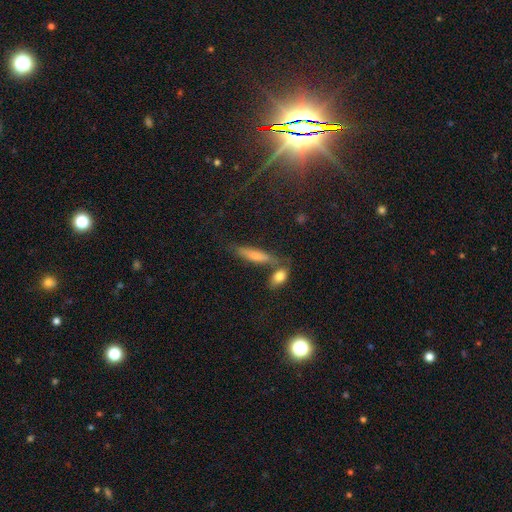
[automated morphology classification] smooth-or-featured: smooth: 70% | featured or disk: 20% | star or artifact: 10%
  how-rounded: cigar-shaped: 74% | in between: 23% | round: 3%
  merging: none: 60% | merger: 20% | minor disturbance: 15% | major disturbance: 5%